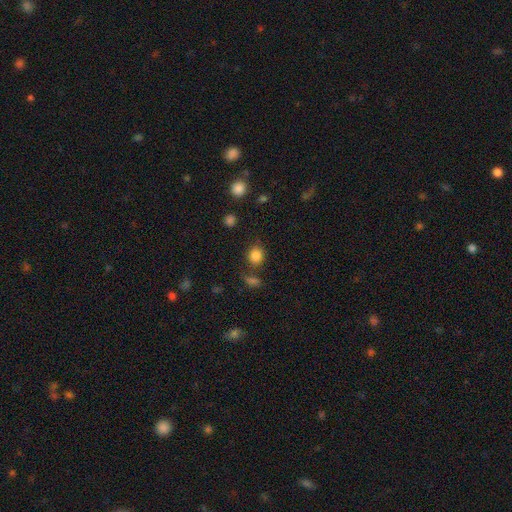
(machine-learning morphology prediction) This appears to be a smooth galaxy with no disk features (84%) that is round (73%). Merging: none (74%).